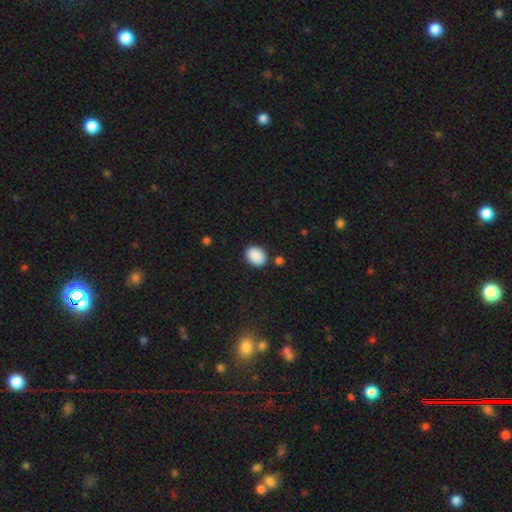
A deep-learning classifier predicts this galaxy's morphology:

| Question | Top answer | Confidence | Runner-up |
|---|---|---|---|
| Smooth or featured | smooth | 90% | star or artifact (7%) |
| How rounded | in between | 68% | round (31%) |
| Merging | none | 85% | minor disturbance (10%) |